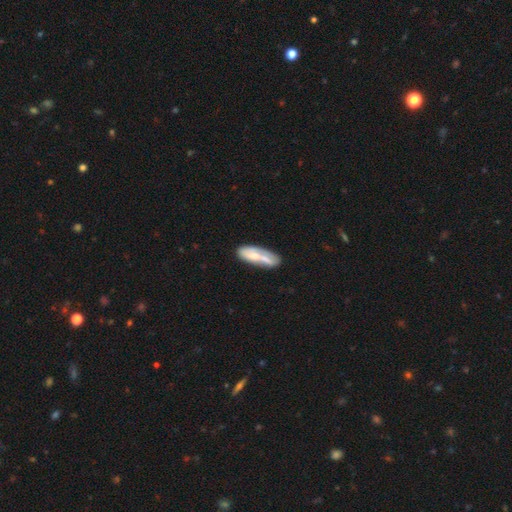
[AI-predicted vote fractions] smooth_or_featured: smooth (p=0.55) [alt: featured or disk p=0.39]
how_rounded: in between (p=0.61) [alt: cigar-shaped p=0.37]
merging: none (p=0.51) [alt: merger p=0.21]